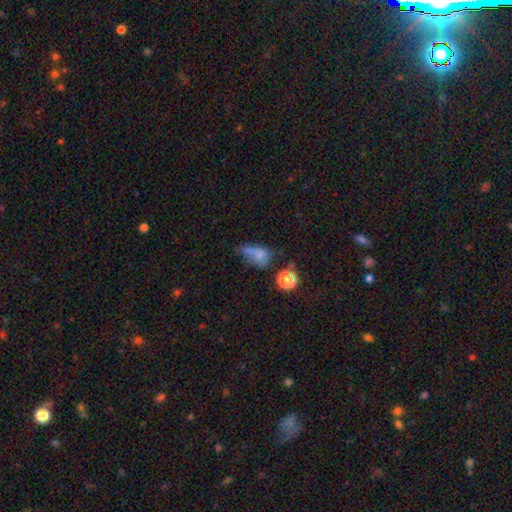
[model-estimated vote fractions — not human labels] A smooth galaxy with no disk features (51%) that is in between round and cigar-shaped (63%). Merging: none (34%).